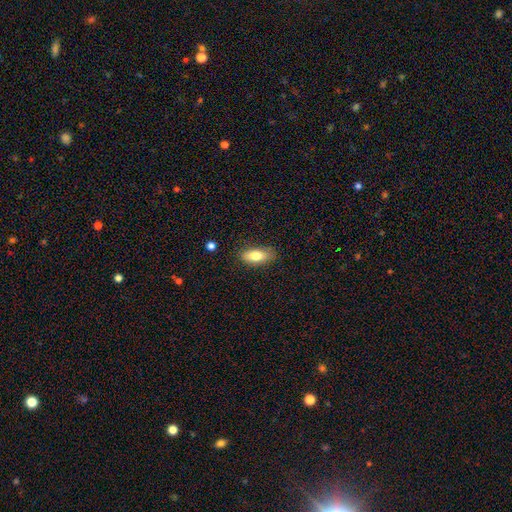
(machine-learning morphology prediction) A smooth galaxy with no disk features (79%) that is in between round and cigar-shaped (82%).

Vote fractions:
- Smooth or featured? smooth: 79% / featured or disk: 14% / star or artifact: 7%
- How rounded? in between: 82% / cigar-shaped: 15% / round: 3%
- Merging? none: 83% / minor disturbance: 13% / major disturbance: 3% / merger: 1%